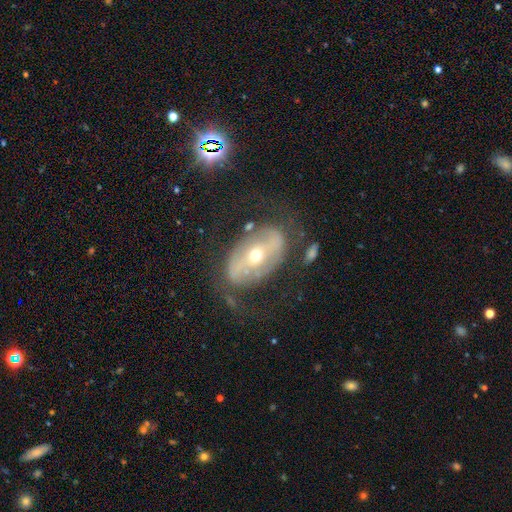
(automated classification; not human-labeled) The model was most divided on "bulge size": moderate: 49%, small: 46%, large: 3%, dominant: 1%, none: 1%. Remaining: edge-on disk — no (93%); smooth or featured — featured or disk (75%); spiral arms — yes (64%); merging — none (60%); bar — strong (43%).